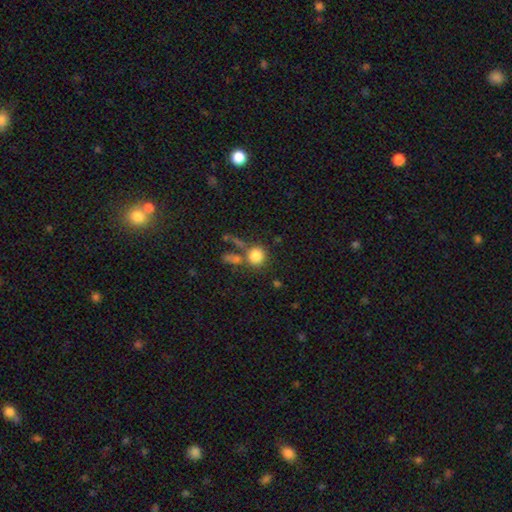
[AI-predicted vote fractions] smooth-or-featured: smooth: 82% | star or artifact: 10% | featured or disk: 8%
  how-rounded: round: 87% | in between: 12% | cigar-shaped: 1%
  merging: none: 62% | merger: 20% | minor disturbance: 11% | major disturbance: 7%